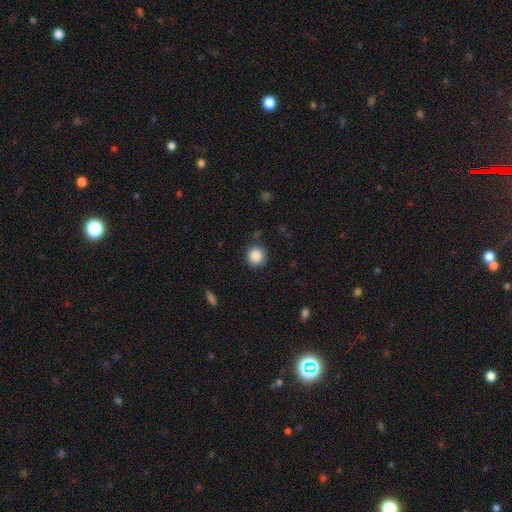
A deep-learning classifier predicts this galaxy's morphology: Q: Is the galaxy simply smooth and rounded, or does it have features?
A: smooth — 87%.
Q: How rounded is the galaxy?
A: round — 92%.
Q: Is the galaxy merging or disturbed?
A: none — 88%.